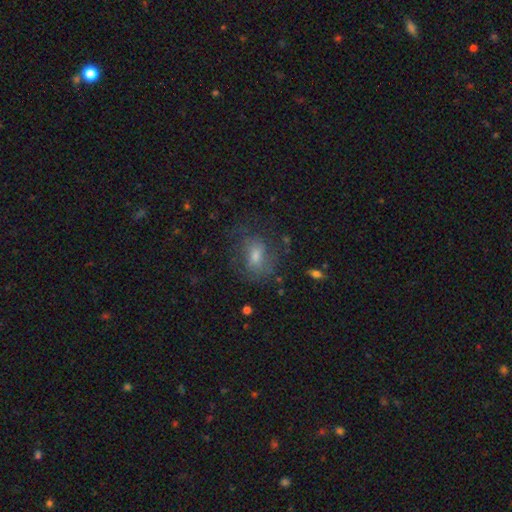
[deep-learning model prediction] smooth 52%, featured or disk 33%, star or artifact 15%. Down the decision tree: how rounded — in between (64%); merging — none (61%).